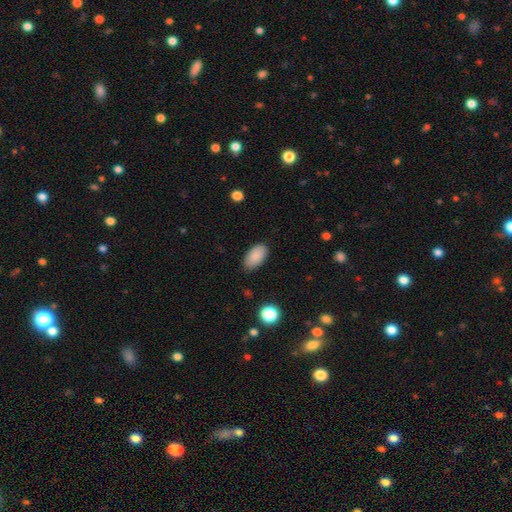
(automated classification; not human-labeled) This appears to be a smooth galaxy with no disk features (87%) that is in between round and cigar-shaped (94%). Merging: none (83%).